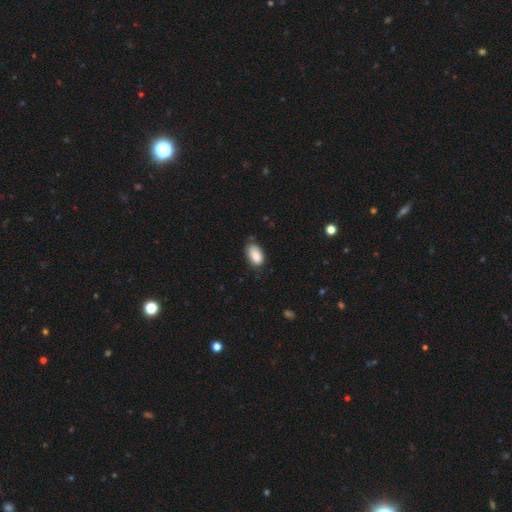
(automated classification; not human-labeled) smooth 87%, star or artifact 7%, featured or disk 5%. Down the decision tree: how rounded — in between (93%); merging — none (67%).